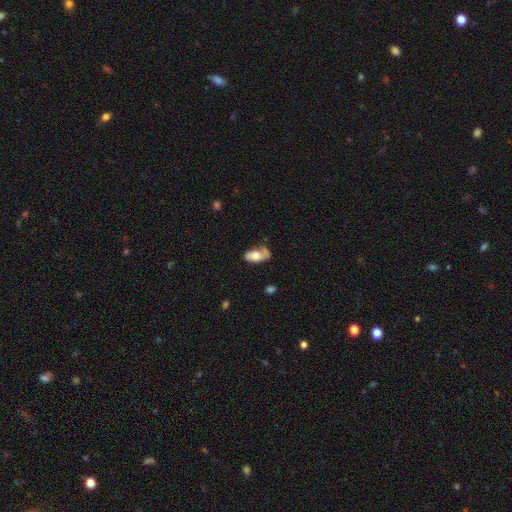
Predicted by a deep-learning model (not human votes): A smooth galaxy with no disk features (56%) that is in between round and cigar-shaped (91%). Merging: none (45%).